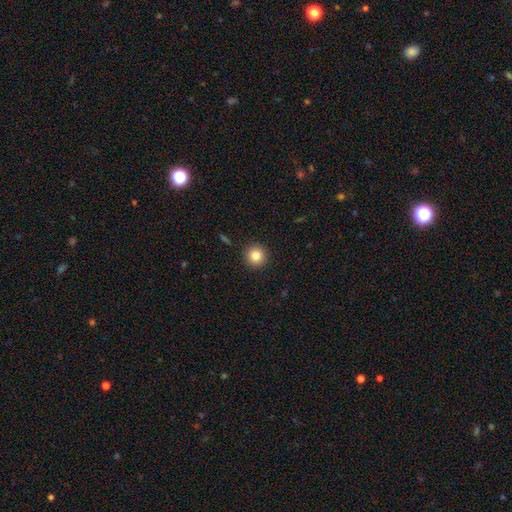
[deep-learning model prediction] Morphology: type=smooth (83%); roundness=round (95%); merging=none (92%).